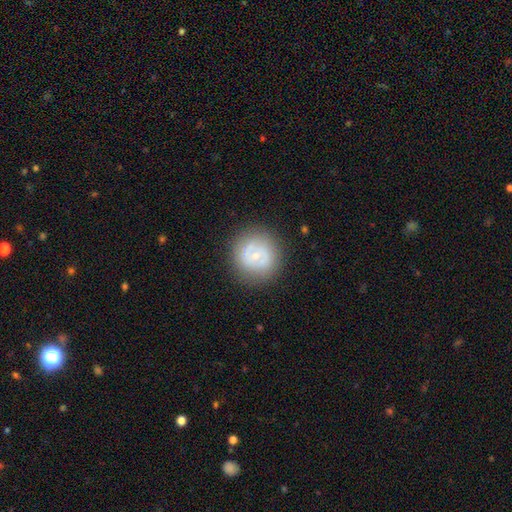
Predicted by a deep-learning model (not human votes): The model was most divided on "spiral arms": no: 57%, yes: 43%. More confident: edge-on disk — no (97%); merging — none (81%); bar — no (70%); bulge size — small (62%); smooth or featured — featured or disk (53%).